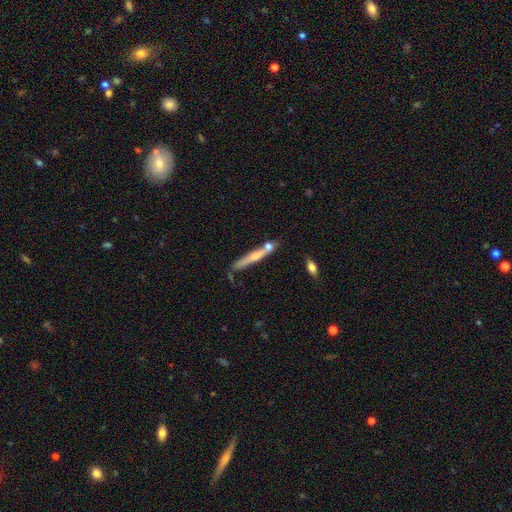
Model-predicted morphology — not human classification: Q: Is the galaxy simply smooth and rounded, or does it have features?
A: smooth — 47%.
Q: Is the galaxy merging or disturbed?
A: none — 61%.